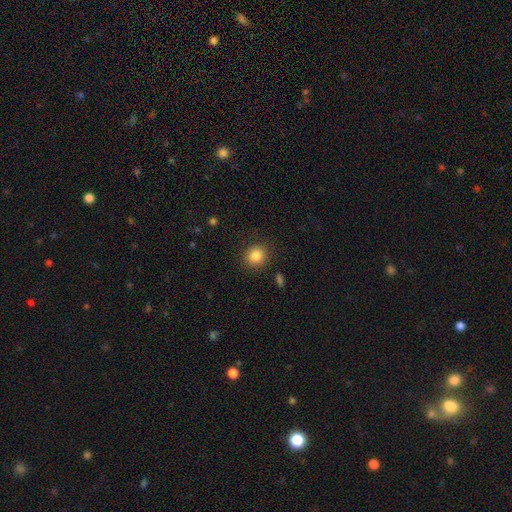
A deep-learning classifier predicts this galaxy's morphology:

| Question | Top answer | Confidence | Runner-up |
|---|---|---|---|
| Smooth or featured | smooth | 85% | star or artifact (10%) |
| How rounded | round | 82% | in between (17%) |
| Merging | none | 88% | minor disturbance (7%) |